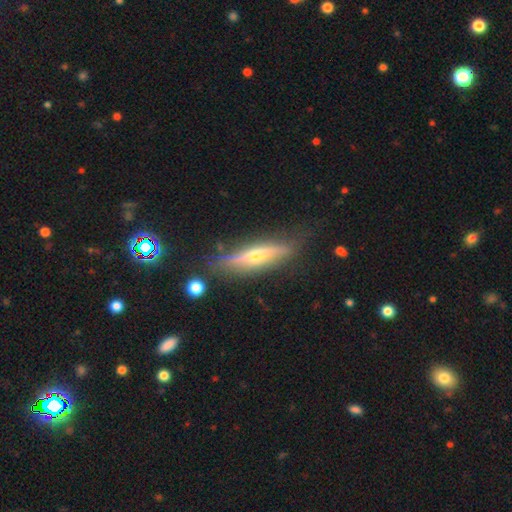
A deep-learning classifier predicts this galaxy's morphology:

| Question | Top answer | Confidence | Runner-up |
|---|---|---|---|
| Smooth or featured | featured or disk | 69% | smooth (25%) |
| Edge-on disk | yes | 92% | no (8%) |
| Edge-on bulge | rounded | 83% | none (12%) |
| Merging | none | 78% | minor disturbance (16%) |